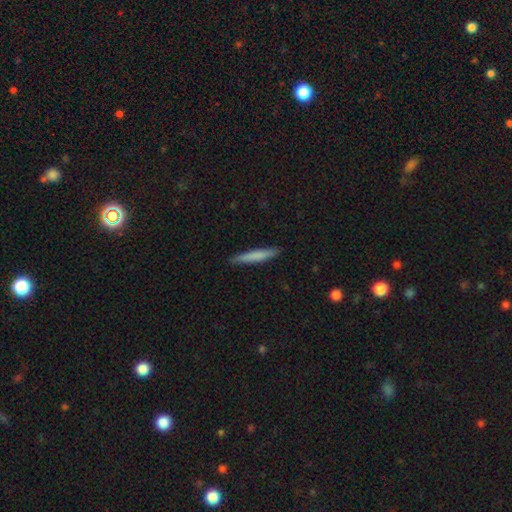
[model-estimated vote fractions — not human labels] smooth 74%, featured or disk 20%, star or artifact 5%. Down the decision tree: how rounded — cigar-shaped (94%); merging — none (90%).